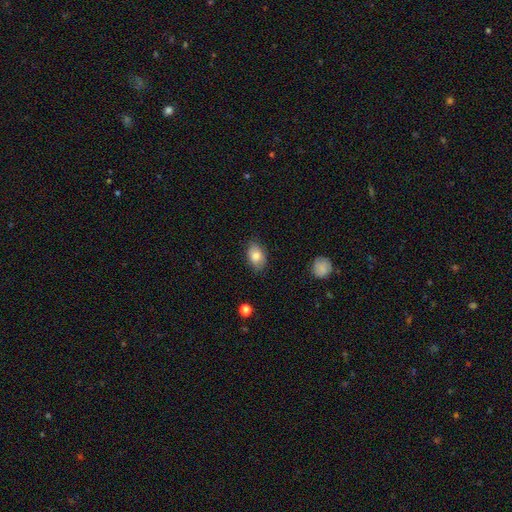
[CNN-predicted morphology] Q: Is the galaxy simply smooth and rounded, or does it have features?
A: smooth — 81%.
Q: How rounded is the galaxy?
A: in between — 87%.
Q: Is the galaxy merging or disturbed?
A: none — 79%.